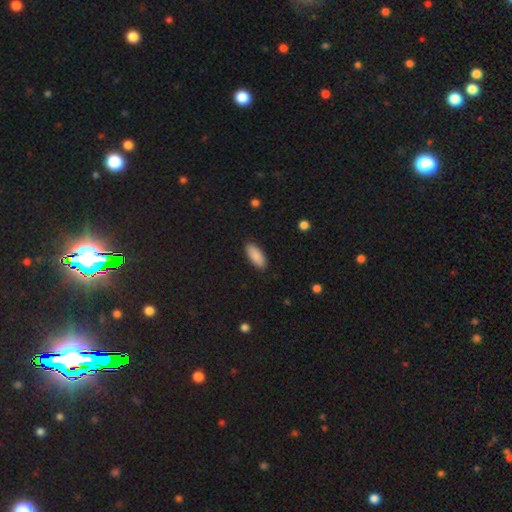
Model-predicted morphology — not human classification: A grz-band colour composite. It shows a smooth galaxy with no disk features (88%) that is in between round and cigar-shaped (85%). Merging: none (88%).